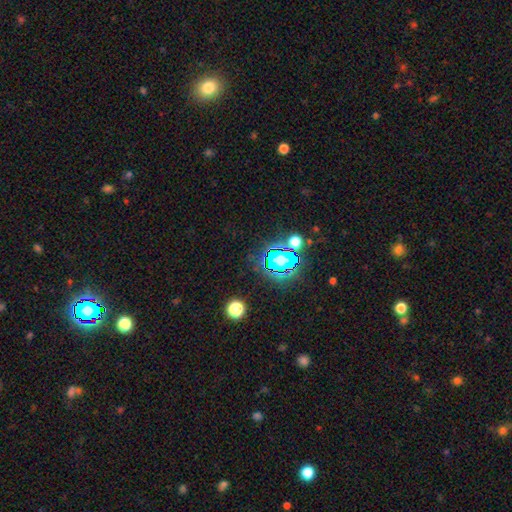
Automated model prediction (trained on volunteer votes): A star or artifact, not a galaxy (80%).